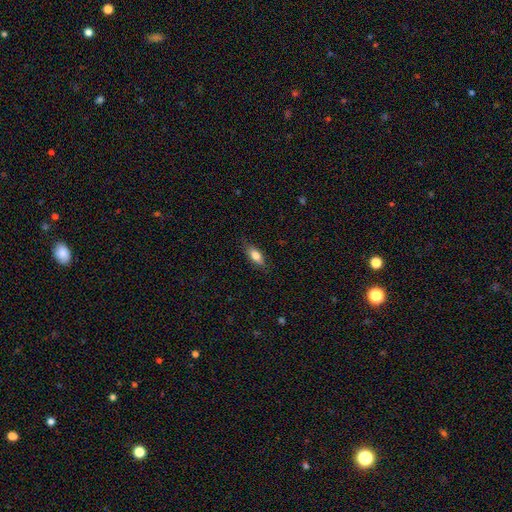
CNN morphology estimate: type=smooth (79%); roundness=in between (76%); merging=none (82%).